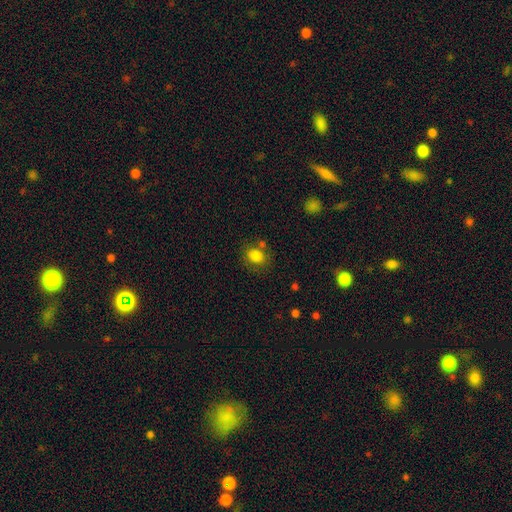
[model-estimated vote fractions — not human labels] This is clearly a smooth galaxy (83%). How rounded: possibly in between (51%). Merging: likely none (69%).